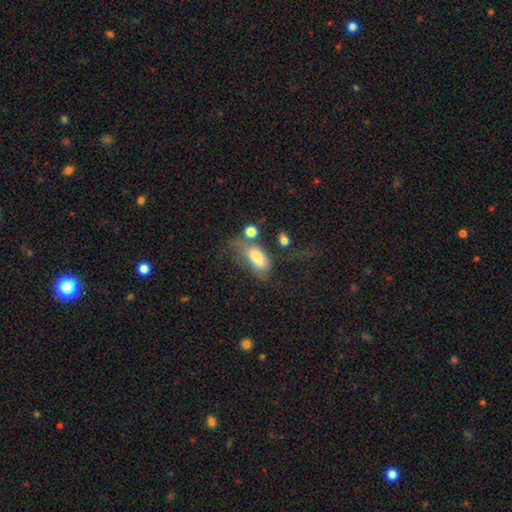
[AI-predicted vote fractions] Smooth or featured?
  - smooth: 69% *
  - featured or disk: 22%
  - star or artifact: 9%
How rounded?
  - in between: 87% *
  - cigar-shaped: 9%
  - round: 4%
Merging?
  - major disturbance: 35% *
  - none: 27%
  - minor disturbance: 23%
  - merger: 16%